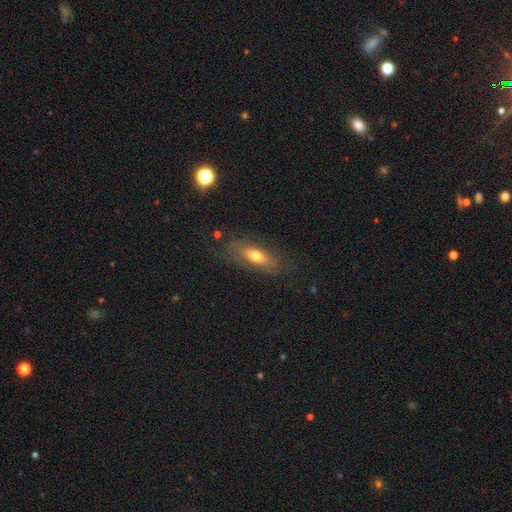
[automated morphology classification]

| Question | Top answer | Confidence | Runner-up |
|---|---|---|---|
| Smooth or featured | smooth | 58% | featured or disk (33%) |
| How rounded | in between | 66% | cigar-shaped (30%) |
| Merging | none | 72% | minor disturbance (18%) |